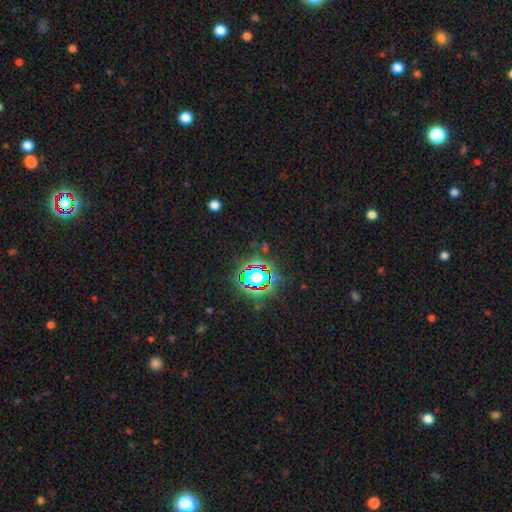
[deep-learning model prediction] Smooth or featured? Predicted: star or artifact (p=0.79).